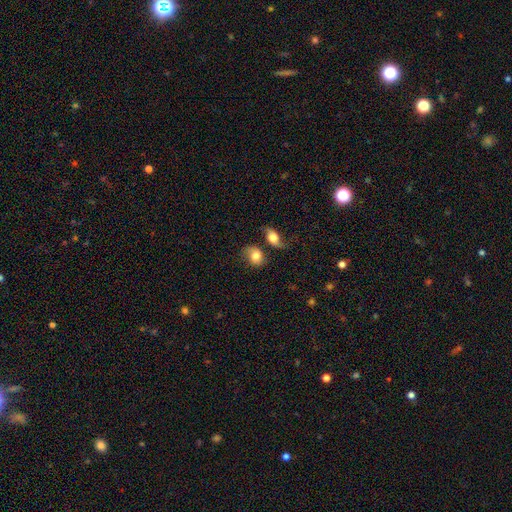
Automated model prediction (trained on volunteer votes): Smooth or featured? smooth (73%)
How rounded? in between (55%)
Merging? none (41%)